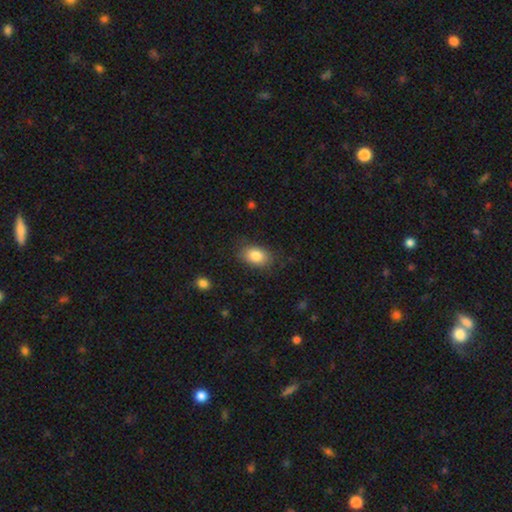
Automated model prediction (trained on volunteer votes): Smooth or featured? Predicted: smooth (p=0.84). How rounded? Predicted: in between (p=0.87). Merging? Predicted: none (p=0.82).